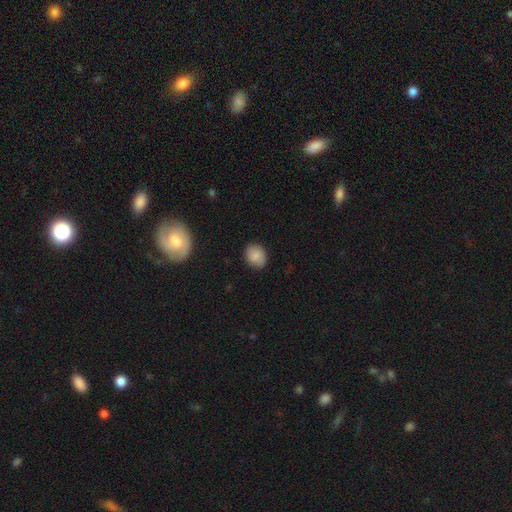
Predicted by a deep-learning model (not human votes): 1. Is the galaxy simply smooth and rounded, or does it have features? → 83% smooth, 9% featured or disk, 8% star or artifact.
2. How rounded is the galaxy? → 56% round, 43% in between, 1% cigar-shaped.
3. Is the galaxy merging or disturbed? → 83% none, 13% minor disturbance, 2% major disturbance, 1% merger.